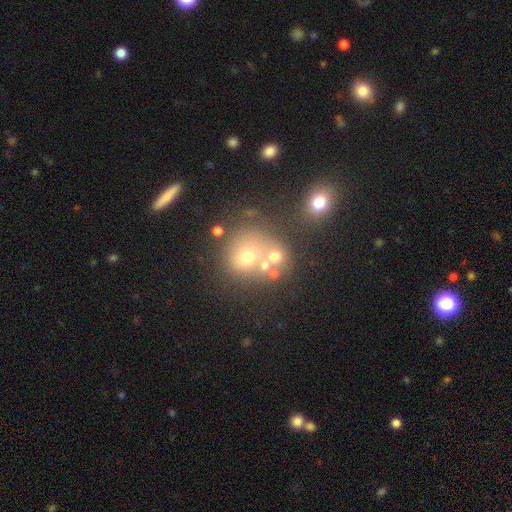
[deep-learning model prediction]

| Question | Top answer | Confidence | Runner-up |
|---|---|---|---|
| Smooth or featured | smooth | 54% | star or artifact (24%) |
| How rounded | round | 80% | in between (19%) |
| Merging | none | 44% | merger (40%) |